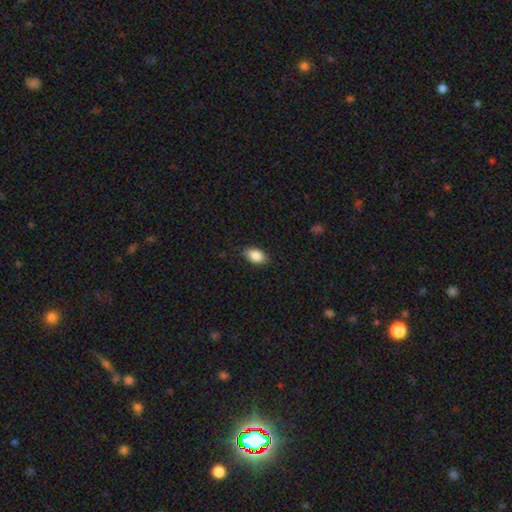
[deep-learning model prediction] Morphology: type=smooth (86%); roundness=in between (92%); merging=none (85%).